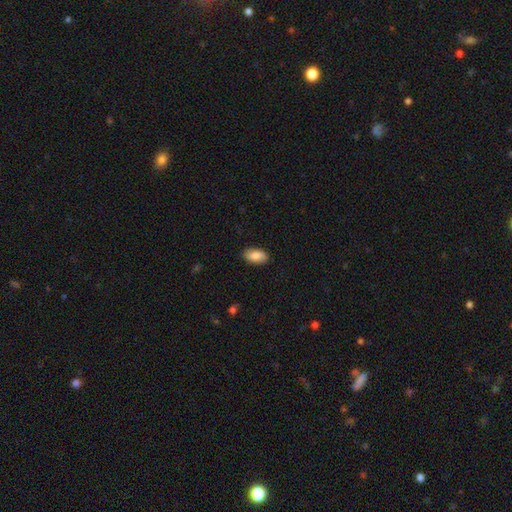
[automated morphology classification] Q: Smooth or featured?
A: smooth (84%); runner-up: featured or disk (9%)
Q: How rounded?
A: in between (94%); runner-up: cigar-shaped (3%)
Q: Merging?
A: none (87%); runner-up: minor disturbance (10%)